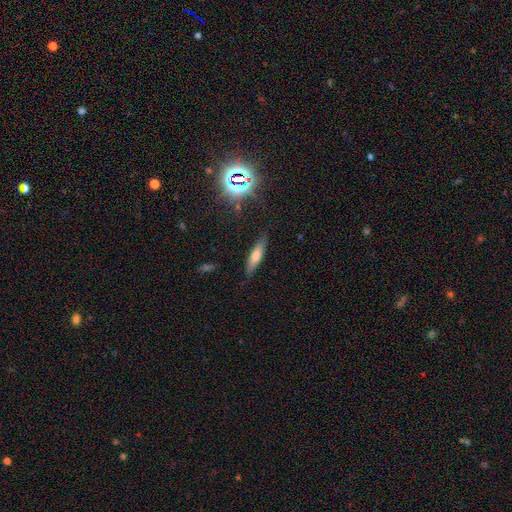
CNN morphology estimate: type=smooth (63%); roundness=cigar-shaped (72%); merging=none (84%).